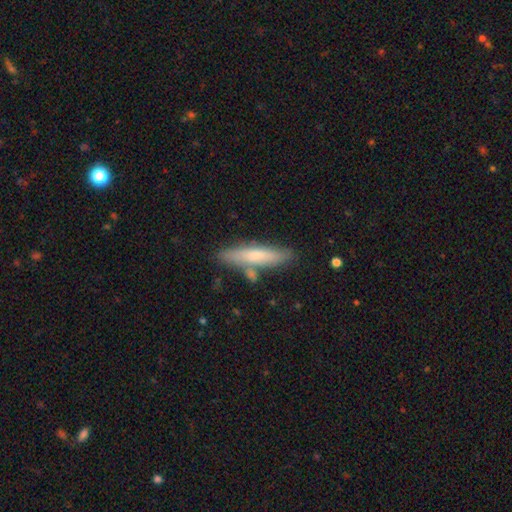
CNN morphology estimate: Overall: smooth (64%; featured or disk 30%). How rounded: cigar-shaped (83%). Merging: none (75%).